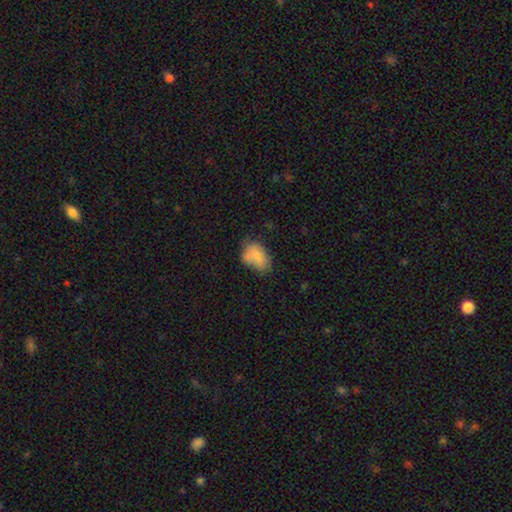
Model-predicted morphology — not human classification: Overall: smooth (78%). How rounded: in between (81%). Merging: none (43%; minor disturbance 30%).